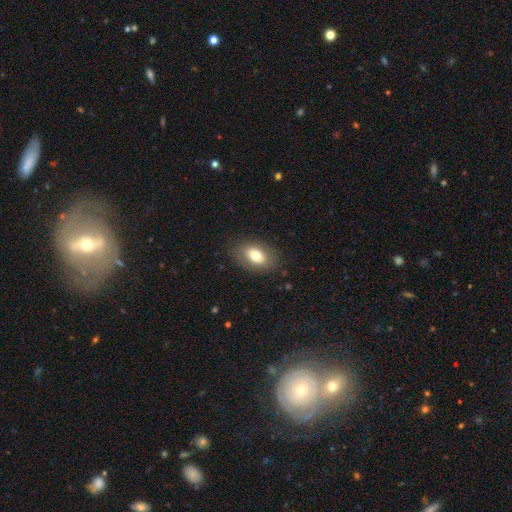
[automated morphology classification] smooth-or-featured: smooth: 76% | featured or disk: 15% | star or artifact: 8%
  how-rounded: in between: 88% | round: 10% | cigar-shaped: 2%
  merging: none: 83% | minor disturbance: 12% | major disturbance: 4% | merger: 1%